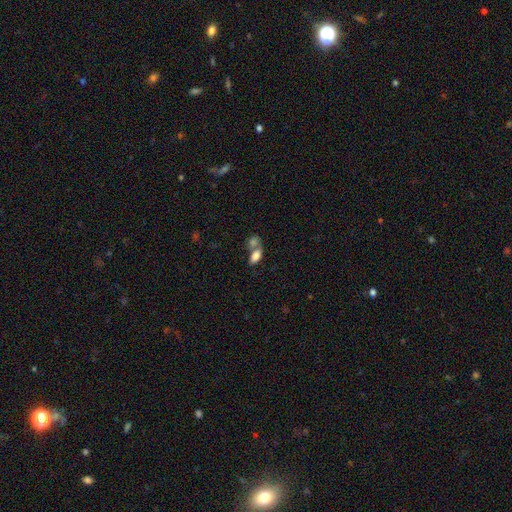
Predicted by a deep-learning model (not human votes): A smooth galaxy with no disk features (81%) that is in between round and cigar-shaped (89%). Merging: merger (51%).